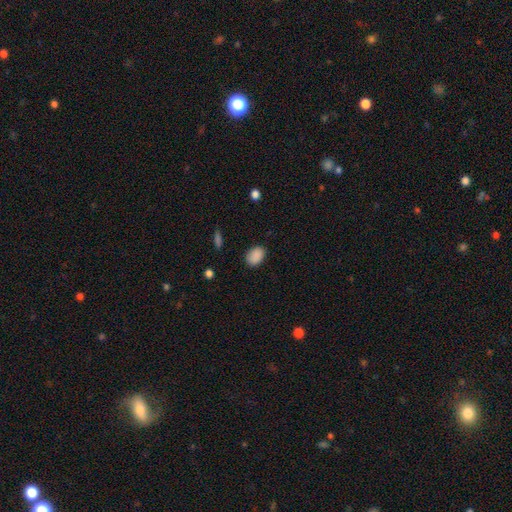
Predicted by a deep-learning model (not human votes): Morphology: type=smooth (88%); roundness=in between (79%); merging=none (84%).